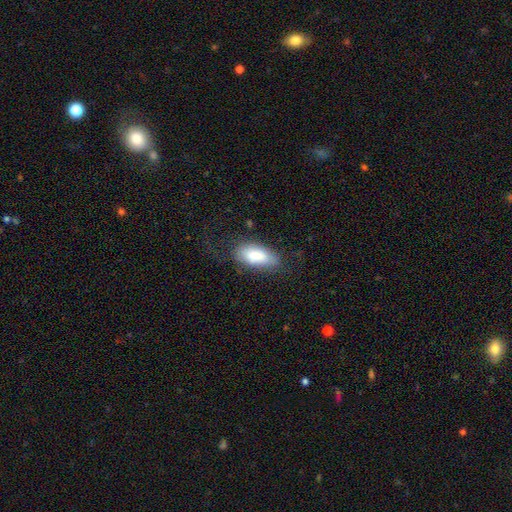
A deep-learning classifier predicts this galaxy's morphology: type=smooth (81%); roundness=in between (89%); merging=none (68%).